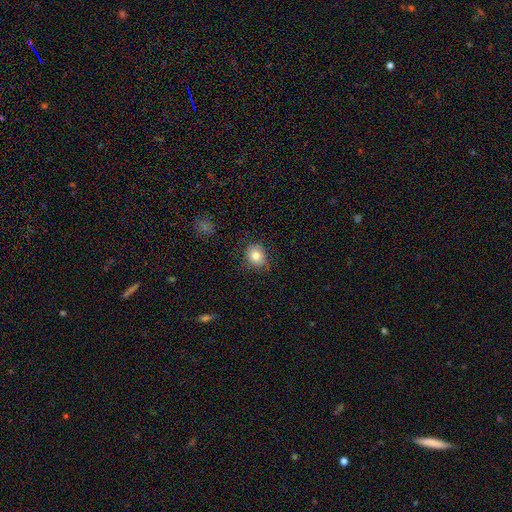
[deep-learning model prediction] This appears to be a smooth galaxy with no disk features (83%) that is round (66%). Merging: none (78%).